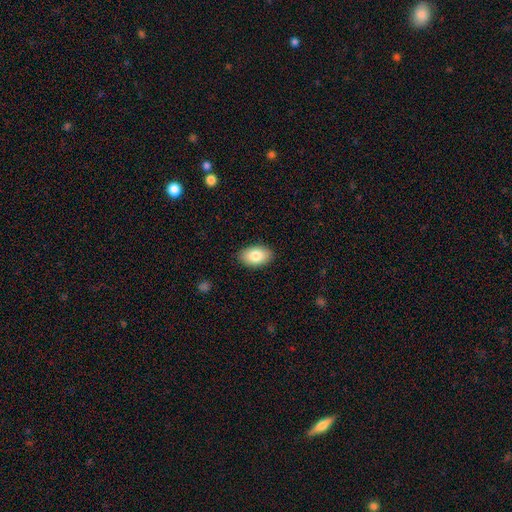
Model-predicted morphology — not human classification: Overall: smooth (83%). How rounded: in between (92%). Merging: none (88%).